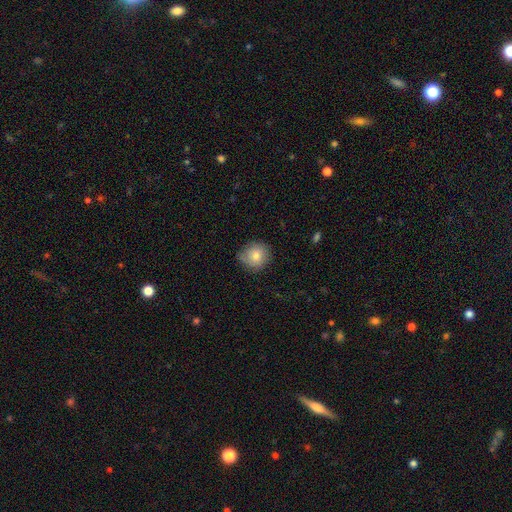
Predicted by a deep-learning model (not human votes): A smooth galaxy with no disk features (76%) that is round (88%). Merging: none (71%).